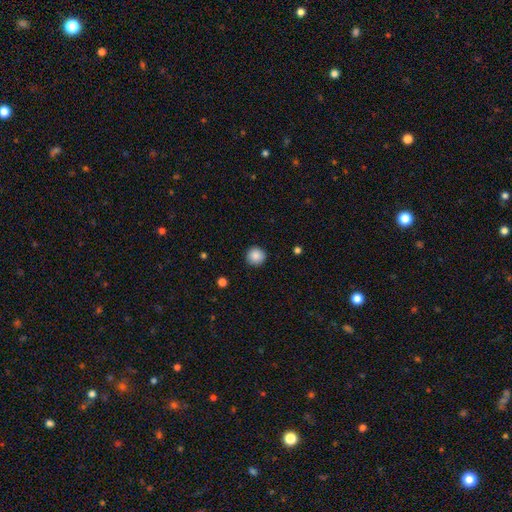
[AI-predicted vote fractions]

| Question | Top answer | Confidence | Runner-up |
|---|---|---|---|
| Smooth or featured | smooth | 88% | star or artifact (8%) |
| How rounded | round | 95% | in between (4%) |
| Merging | none | 91% | minor disturbance (6%) |